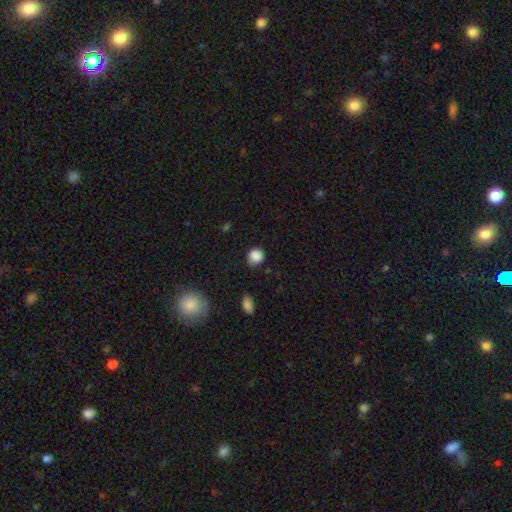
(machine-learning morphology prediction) A smooth galaxy with no disk features (87%) that is round (82%).

Vote fractions:
- Smooth or featured? smooth: 87% / star or artifact: 9% / featured or disk: 4%
- How rounded? round: 82% / in between: 17% / cigar-shaped: 1%
- Merging? none: 71% / minor disturbance: 22% / major disturbance: 5% / merger: 2%